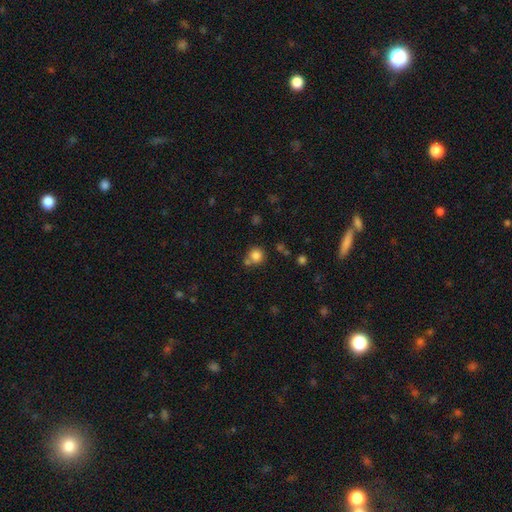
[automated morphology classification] type=smooth (82%); roundness=round (91%); merging=none (66%).